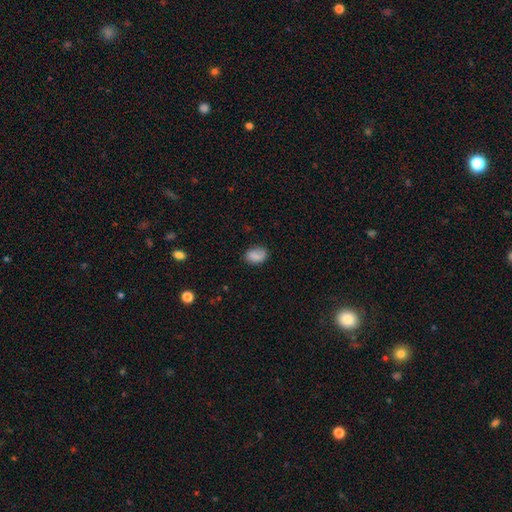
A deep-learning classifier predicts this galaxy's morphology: Smooth or featured?
  - smooth: 83% *
  - featured or disk: 9%
  - star or artifact: 8%
How rounded?
  - in between: 83% *
  - round: 16%
  - cigar-shaped: 1%
Merging?
  - none: 75% *
  - minor disturbance: 19%
  - major disturbance: 4%
  - merger: 2%